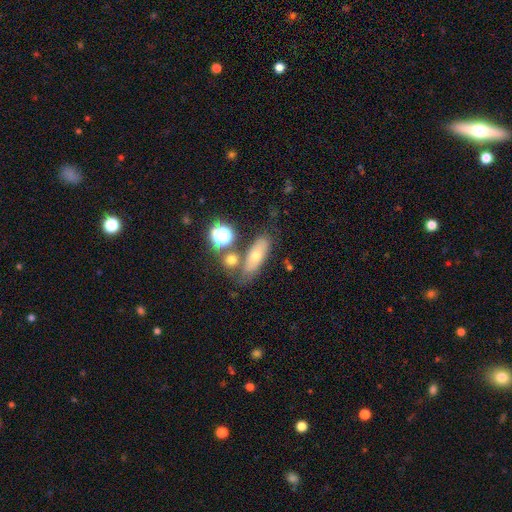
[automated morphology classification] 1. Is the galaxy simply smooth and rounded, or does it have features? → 53% smooth, 32% featured or disk, 15% star or artifact.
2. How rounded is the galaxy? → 64% in between, 27% cigar-shaped, 9% round.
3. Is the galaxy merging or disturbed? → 64% none, 16% minor disturbance, 14% merger, 7% major disturbance.